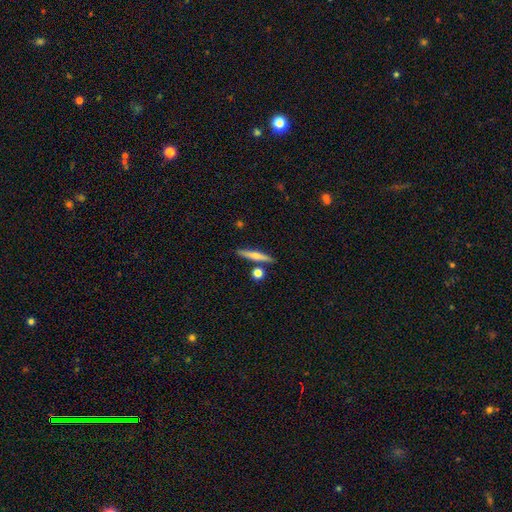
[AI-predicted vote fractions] smooth-or-featured: smooth: 50% | featured or disk: 43% | star or artifact: 7%
  merging: none: 81% | minor disturbance: 9% | merger: 8% | major disturbance: 2%